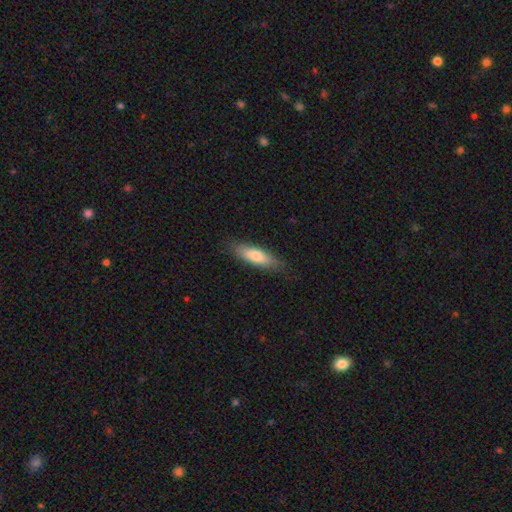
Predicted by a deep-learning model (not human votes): smooth-or-featured: smooth: 74% | featured or disk: 20% | star or artifact: 6%
  how-rounded: cigar-shaped: 60% | in between: 38% | round: 2%
  merging: none: 85% | minor disturbance: 12% | major disturbance: 2% | merger: 1%